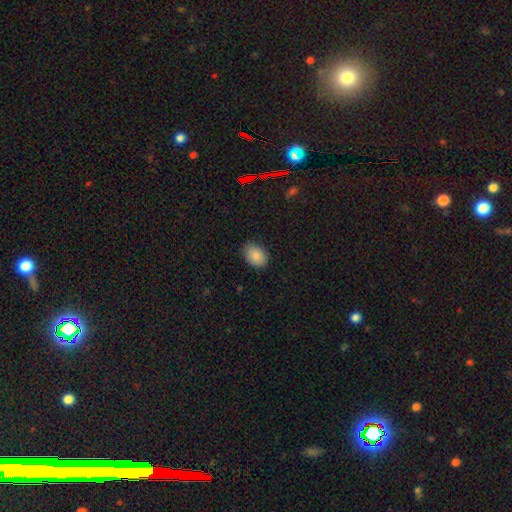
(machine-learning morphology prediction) Smooth or featured?
  - smooth: 88% *
  - star or artifact: 8%
  - featured or disk: 4%
How rounded?
  - in between: 77% *
  - round: 22%
  - cigar-shaped: 1%
Merging?
  - none: 85% *
  - minor disturbance: 12%
  - major disturbance: 2%
  - merger: 1%